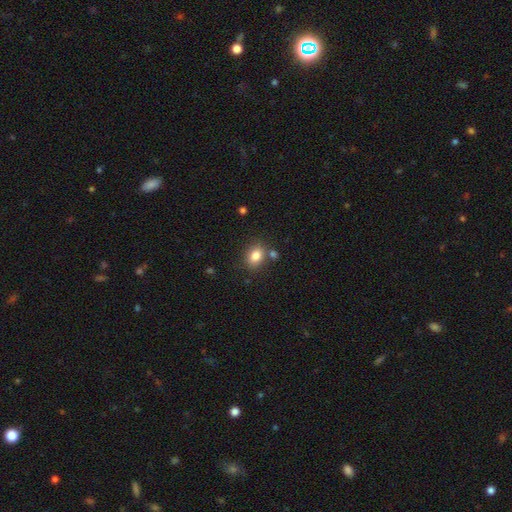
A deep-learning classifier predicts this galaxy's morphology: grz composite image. It shows a smooth galaxy with no disk features (83%) that is in between round and cigar-shaped (64%). Merging: none (74%).